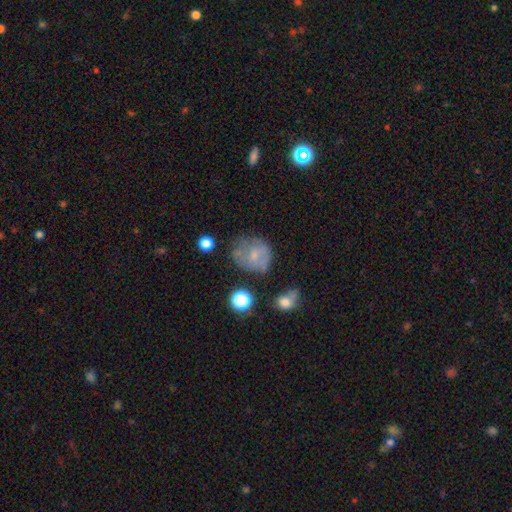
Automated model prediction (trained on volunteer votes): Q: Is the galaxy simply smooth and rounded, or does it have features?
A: smooth — 58%.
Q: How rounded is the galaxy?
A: round — 70%.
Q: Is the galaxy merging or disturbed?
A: none — 48%.